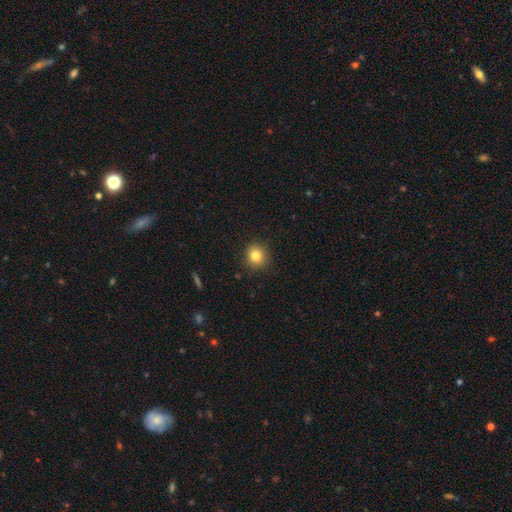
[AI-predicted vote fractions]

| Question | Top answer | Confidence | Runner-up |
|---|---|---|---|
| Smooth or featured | smooth | 81% | star or artifact (12%) |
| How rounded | round | 88% | in between (11%) |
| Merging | none | 89% | minor disturbance (8%) |